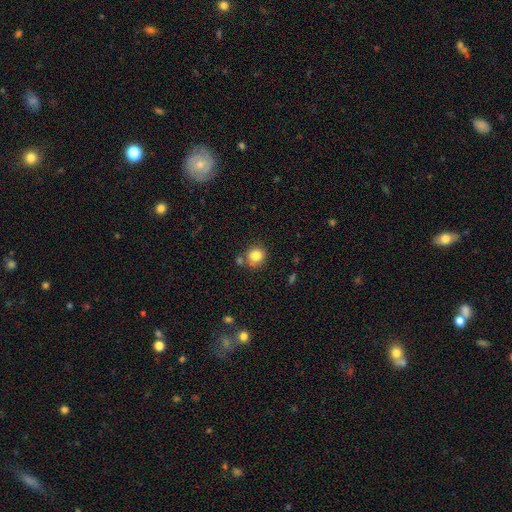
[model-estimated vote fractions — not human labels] Smooth or featured: smooth — 82% (star or artifact — 11%)
How rounded: round — 84% (in between — 15%)
Merging: none — 72% (minor disturbance — 13%)